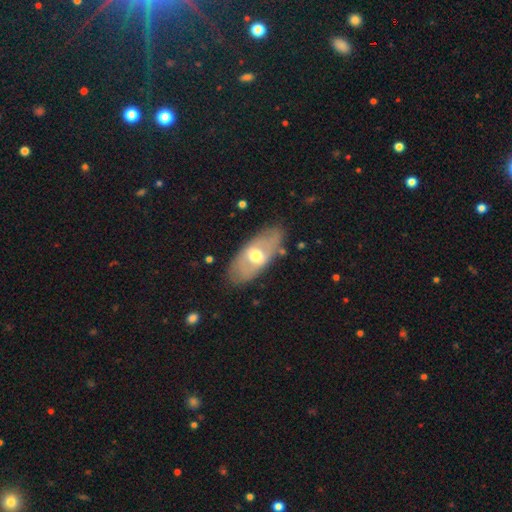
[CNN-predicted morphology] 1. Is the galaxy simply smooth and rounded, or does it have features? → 52% featured or disk, 43% smooth, 6% star or artifact.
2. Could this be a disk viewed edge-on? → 80% no, 20% yes.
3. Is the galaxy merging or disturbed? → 78% none, 15% minor disturbance, 5% major disturbance, 2% merger.